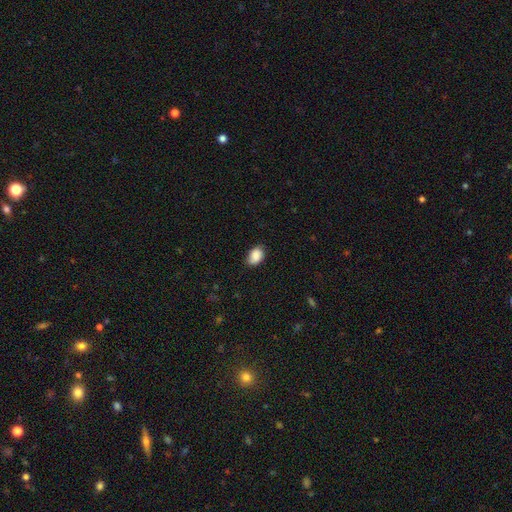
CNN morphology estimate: A smooth galaxy with no disk features (86%) that is in between round and cigar-shaped (82%).

Vote fractions:
- Smooth or featured? smooth: 86% / star or artifact: 7% / featured or disk: 6%
- How rounded? in between: 82% / round: 16% / cigar-shaped: 1%
- Merging? none: 72% / minor disturbance: 23% / major disturbance: 4% / merger: 1%